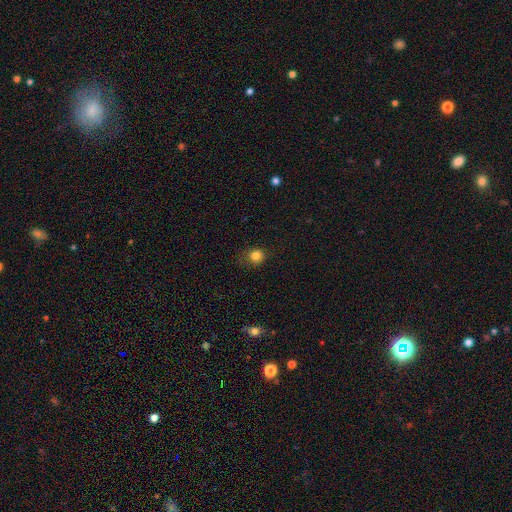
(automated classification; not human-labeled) Smooth or featured? smooth (82%)
How rounded? round (83%)
Merging? none (77%)